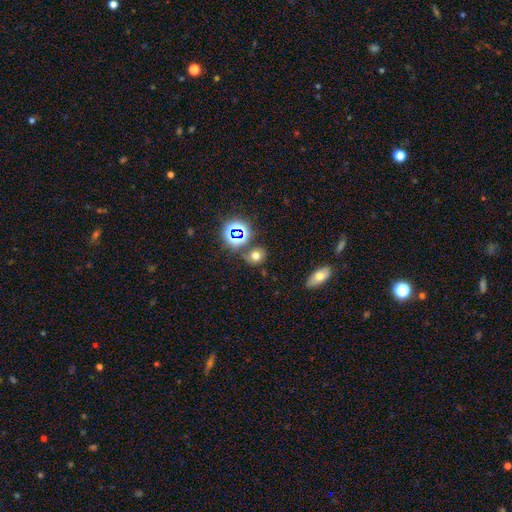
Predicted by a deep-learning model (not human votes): smooth-or-featured: smooth: 64% | star or artifact: 25% | featured or disk: 11%
  how-rounded: round: 69% | in between: 30% | cigar-shaped: 1%
  merging: none: 72% | minor disturbance: 13% | merger: 10% | major disturbance: 5%